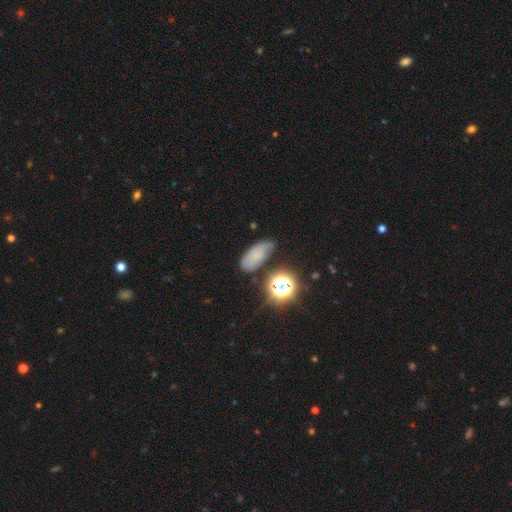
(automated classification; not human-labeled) smooth_or_featured: smooth (p=0.58) [alt: star or artifact p=0.22]
how_rounded: in between (p=0.80) [alt: round p=0.11]
merging: none (p=0.58) [alt: minor disturbance p=0.28]